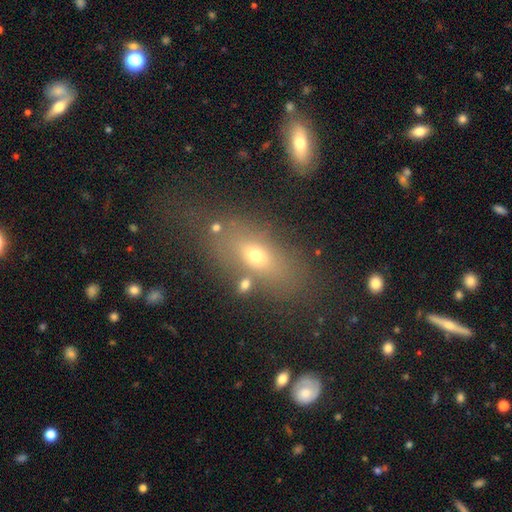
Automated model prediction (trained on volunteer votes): A smooth galaxy with no disk features (60%) that is in between round and cigar-shaped (74%). Merging: none (62%).